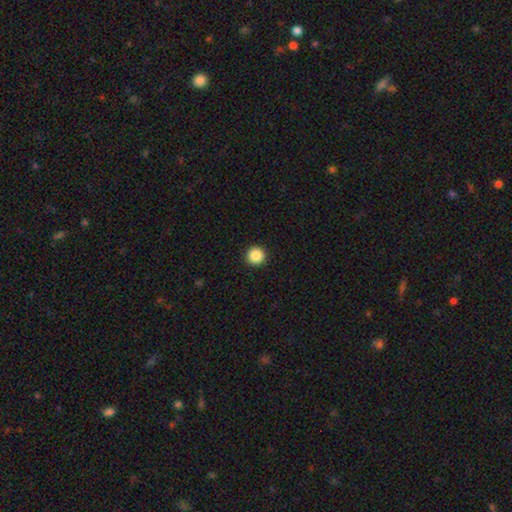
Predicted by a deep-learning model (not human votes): A smooth galaxy with no disk features (87%) that is round (96%).

Vote fractions:
- Smooth or featured? smooth: 87% / star or artifact: 10% / featured or disk: 3%
- How rounded? round: 96% / in between: 3% / cigar-shaped: 1%
- Merging? none: 93% / minor disturbance: 4% / major disturbance: 2% / merger: 1%